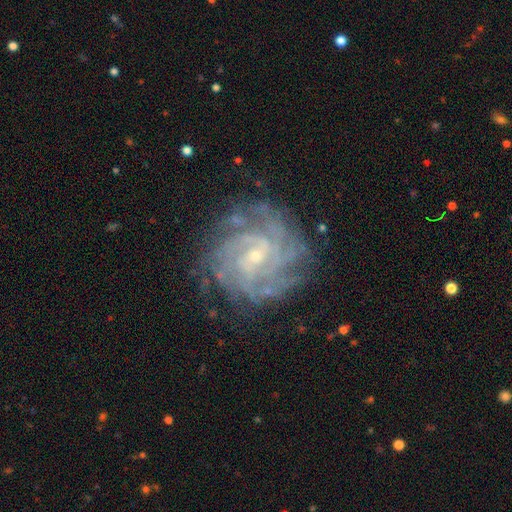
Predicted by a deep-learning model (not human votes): This is clearly a featured or disk galaxy (89%). It is clearly not viewed edge-on (98%). Bar: possibly no (46%). Spiral arm pattern: clearly yes (97%). Spiral arm count: marginally can't tell (29%). Spiral winding: likely tight (71%). Central bulge: likely small (73%). Merging: likely none (78%).